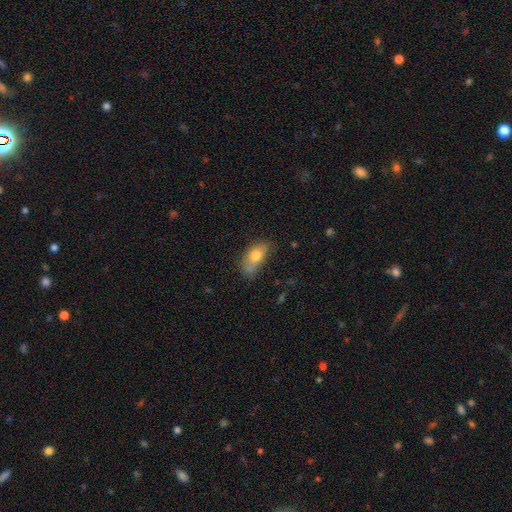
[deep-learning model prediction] Overall: smooth (74%). How rounded: in between (86%). Merging: none (52%; minor disturbance 31%).